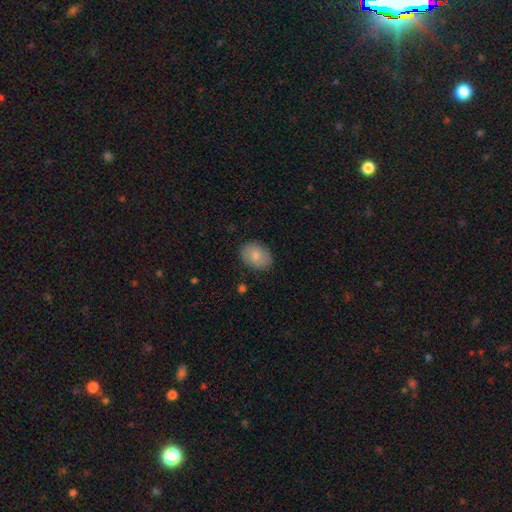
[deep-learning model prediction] Smooth or featured? Predicted: smooth (p=0.79). How rounded? Predicted: in between (p=0.64). Merging? Predicted: none (p=0.85).